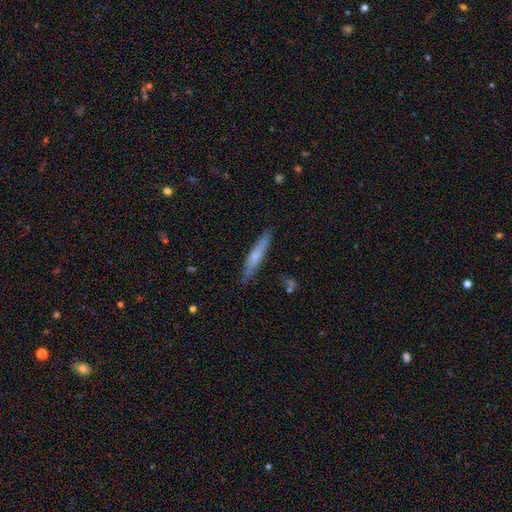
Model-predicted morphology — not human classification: smooth-or-featured: smooth: 49% | featured or disk: 45% | star or artifact: 6%
  merging: none: 88% | minor disturbance: 9% | major disturbance: 2% | merger: 1%